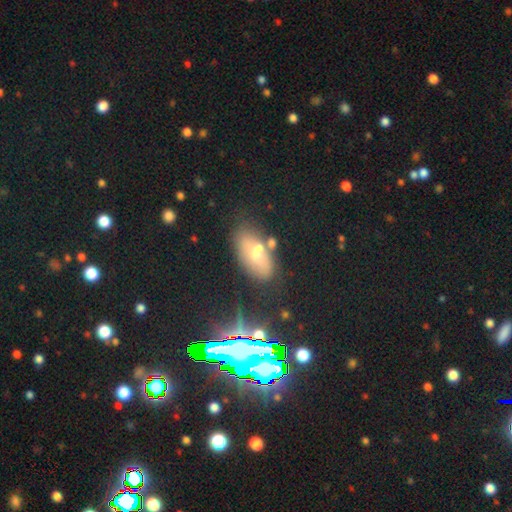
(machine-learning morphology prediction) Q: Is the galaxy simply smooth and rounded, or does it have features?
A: smooth — 53%.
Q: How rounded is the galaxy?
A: in between — 87%.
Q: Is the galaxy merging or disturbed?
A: none — 54%.